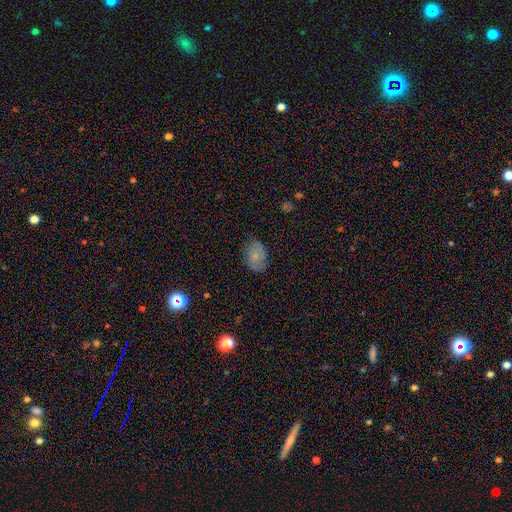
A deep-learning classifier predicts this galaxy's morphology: smooth_or_featured: smooth (p=0.68) [alt: featured or disk p=0.23]
how_rounded: in between (p=0.77) [alt: round p=0.22]
merging: none (p=0.74) [alt: minor disturbance p=0.20]